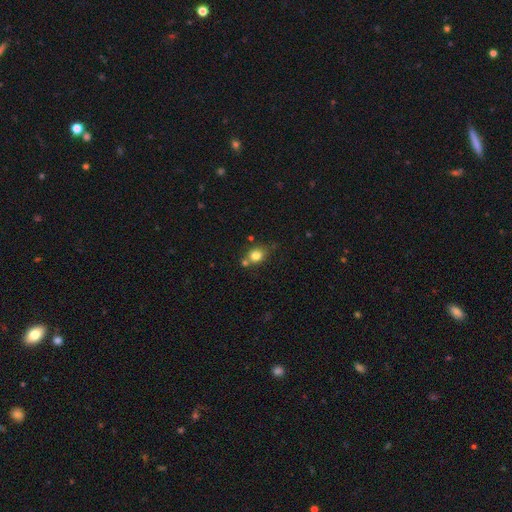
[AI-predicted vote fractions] This is likely a smooth galaxy (79%). How rounded: possibly round (56%). Merging: possibly none (59%).